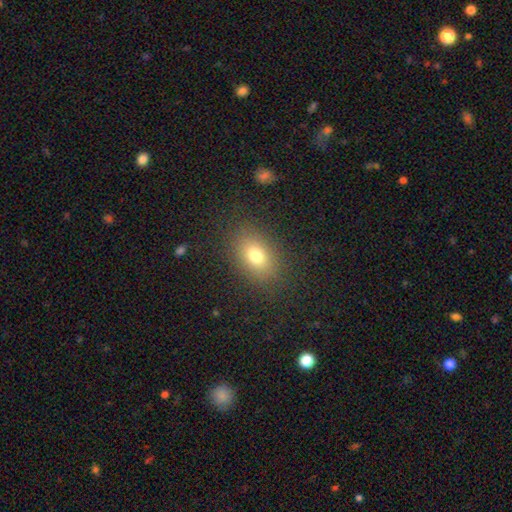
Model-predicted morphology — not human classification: Smooth or featured: smooth — 76% (featured or disk — 12%)
How rounded: in between — 79% (round — 19%)
Merging: none — 85% (minor disturbance — 10%)